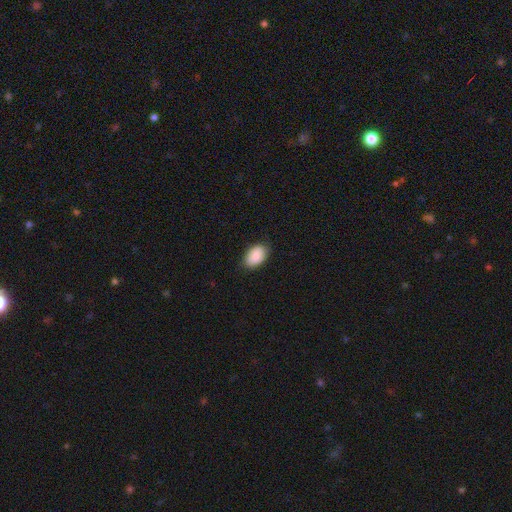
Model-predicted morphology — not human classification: A smooth galaxy with no disk features (89%) that is in between round and cigar-shaped (91%). Merging: none (82%).